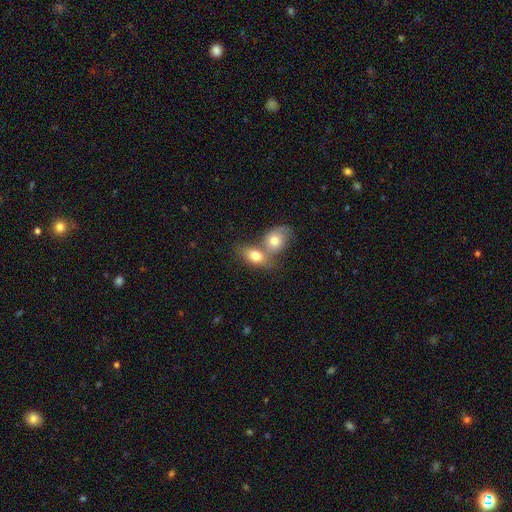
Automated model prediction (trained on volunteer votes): Morphology: type=smooth (75%); roundness=in between (80%); merging=merger (62%).